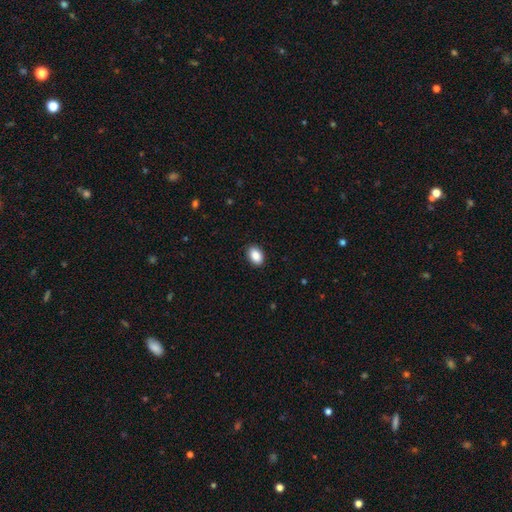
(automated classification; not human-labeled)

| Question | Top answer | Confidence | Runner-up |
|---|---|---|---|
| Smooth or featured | smooth | 89% | star or artifact (7%) |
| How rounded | in between | 86% | round (12%) |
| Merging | none | 90% | minor disturbance (8%) |